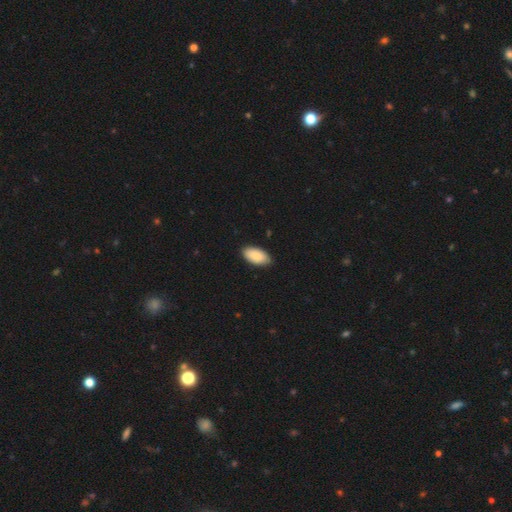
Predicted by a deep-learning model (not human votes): A smooth galaxy with no disk features (88%) that is in between round and cigar-shaped (95%).

Vote fractions:
- Smooth or featured? smooth: 88% / star or artifact: 6% / featured or disk: 6%
- How rounded? in between: 95% / cigar-shaped: 3% / round: 2%
- Merging? none: 86% / minor disturbance: 11% / major disturbance: 2% / merger: 1%